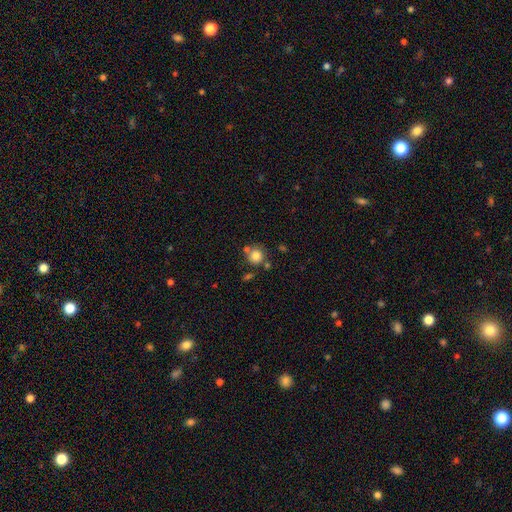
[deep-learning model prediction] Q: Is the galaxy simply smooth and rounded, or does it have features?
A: smooth — 81%.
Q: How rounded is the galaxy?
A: round — 89%.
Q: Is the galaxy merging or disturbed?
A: none — 67%.